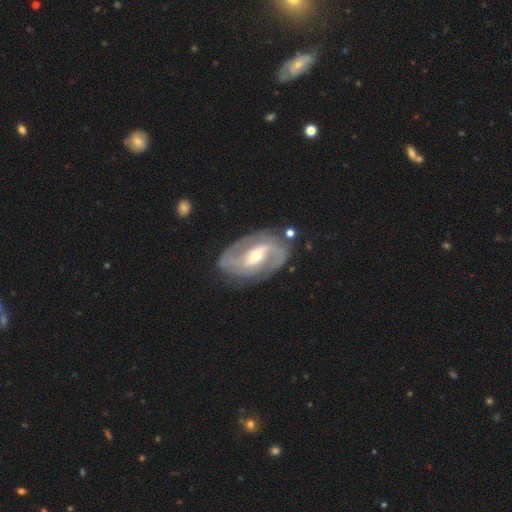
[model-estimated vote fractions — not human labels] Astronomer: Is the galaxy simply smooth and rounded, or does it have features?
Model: featured or disk — 88%.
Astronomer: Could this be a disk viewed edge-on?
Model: no — 97%.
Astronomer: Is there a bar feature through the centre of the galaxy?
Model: weak — 42% (runner-up: strong, 38%).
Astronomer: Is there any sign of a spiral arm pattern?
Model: yes — 96%.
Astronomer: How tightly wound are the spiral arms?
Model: medium — 48% (runner-up: tight, 30%).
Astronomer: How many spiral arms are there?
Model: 2 — 82%.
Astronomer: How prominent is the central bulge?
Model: moderate — 59% (runner-up: small, 37%).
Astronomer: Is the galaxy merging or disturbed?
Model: none — 74%.